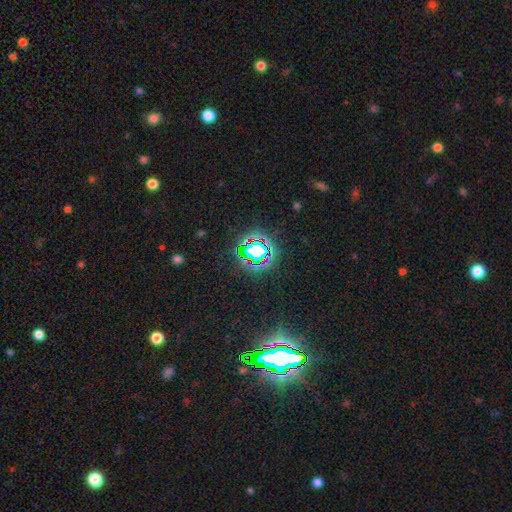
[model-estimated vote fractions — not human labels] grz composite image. It shows a star or artifact, not a galaxy (82%).